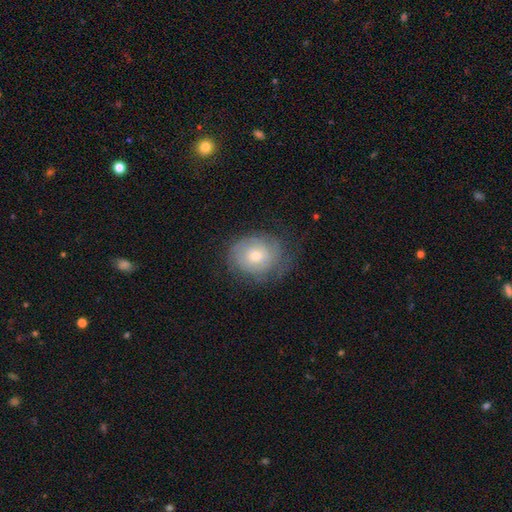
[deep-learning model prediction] Morphology: type=featured or disk (54%); edge-on=no (96%); bar=no (81%); spiral arms=yes (74%); bulge=moderate (55%); merging=none (66%).